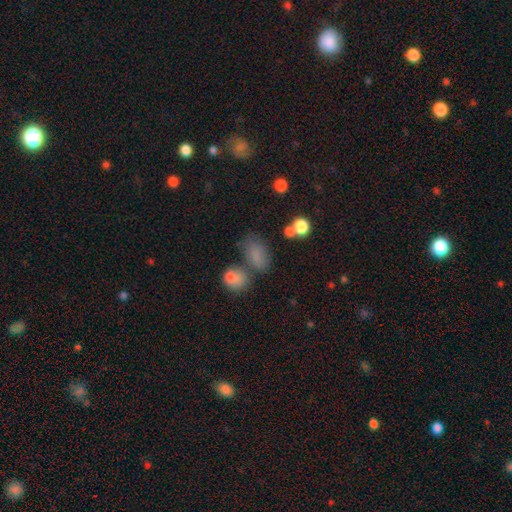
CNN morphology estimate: A smooth galaxy with no disk features (46%).

Vote fractions:
- Smooth or featured? smooth: 46% / star or artifact: 38% / featured or disk: 16%
- Merging? none: 53% / merger: 27% / minor disturbance: 12% / major disturbance: 9%